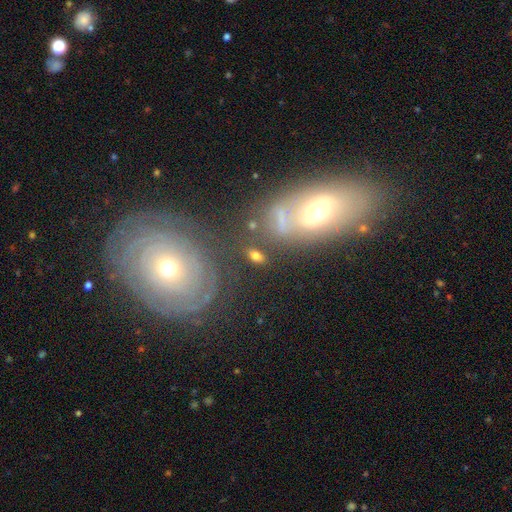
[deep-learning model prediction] The model was most divided on "smooth or featured": smooth: 68%, featured or disk: 19%, star or artifact: 13%. More confident: how rounded — in between (84%); merging — none (73%).